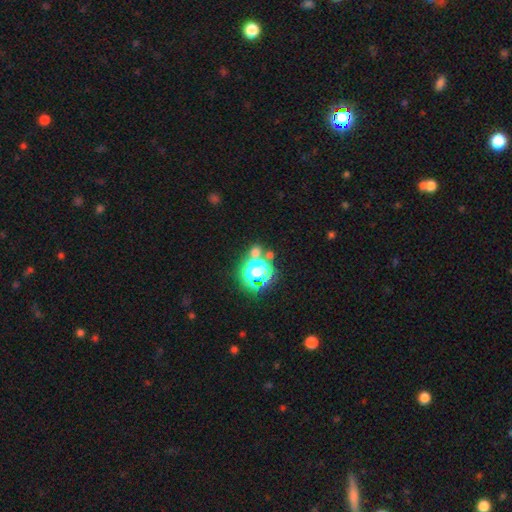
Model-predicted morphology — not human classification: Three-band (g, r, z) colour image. It shows a star or artifact, not a galaxy (61%).